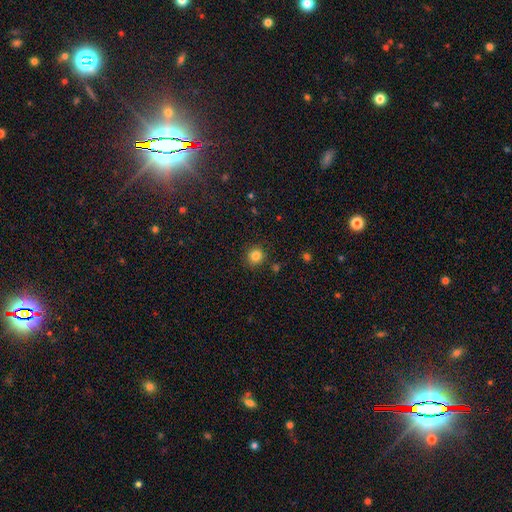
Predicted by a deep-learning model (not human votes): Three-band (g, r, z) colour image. It shows a smooth galaxy with no disk features (84%) that is round (91%). Merging: none (87%).